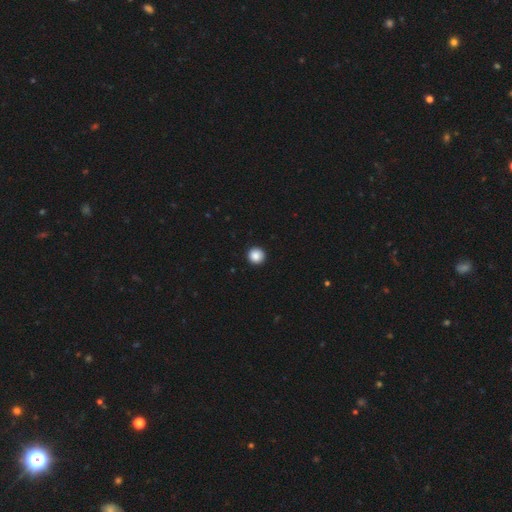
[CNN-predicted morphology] Smooth or featured: smooth — 88% (star or artifact — 9%)
How rounded: round — 95% (in between — 4%)
Merging: none — 93% (minor disturbance — 4%)